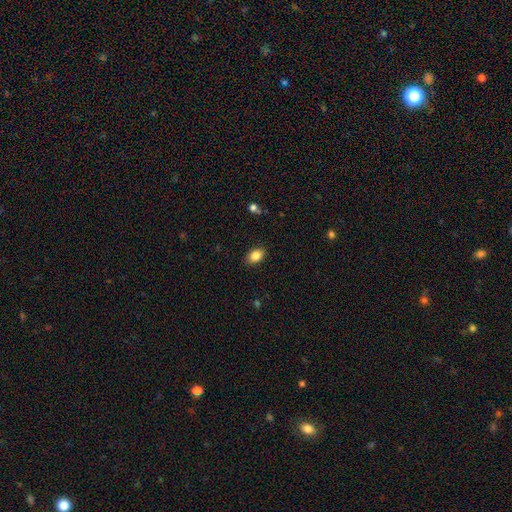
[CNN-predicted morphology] smooth-or-featured: smooth: 85% | star or artifact: 9% | featured or disk: 6%
  how-rounded: in between: 80% | round: 19% | cigar-shaped: 1%
  merging: none: 88% | minor disturbance: 9% | major disturbance: 2% | merger: 1%